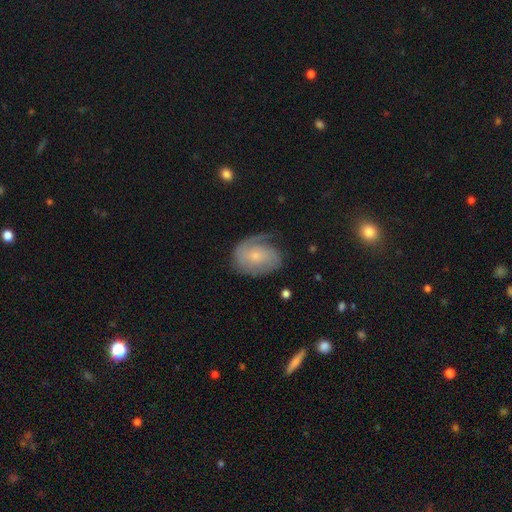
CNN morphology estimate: Smooth or featured? featured or disk (65%)
Edge-on disk? no (97%)
Bar? no (71%)
Spiral arms? yes (88%)
Spiral winding? tight (48%)
Spiral arm count? 2 (34%, tied with 1)
Bulge size? small (70%)
Merging? none (57%)